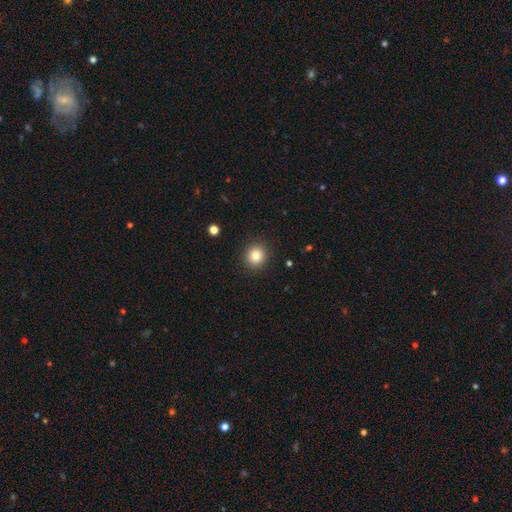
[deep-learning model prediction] The model was most divided on "smooth or featured": smooth: 83%, star or artifact: 11%, featured or disk: 6%. More confident: merging — none (91%); how rounded — round (89%).